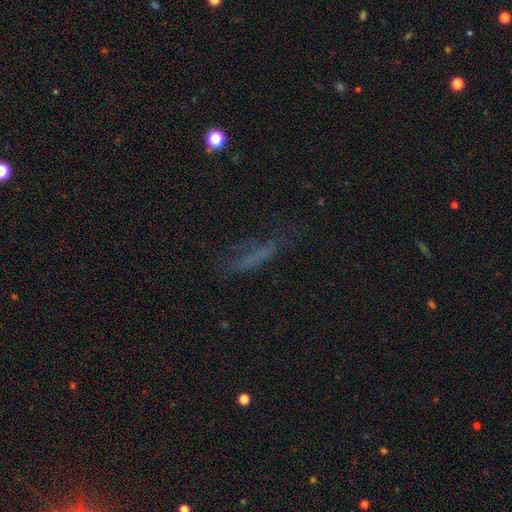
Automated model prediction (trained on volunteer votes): Smooth or featured? smooth (54%)
How rounded? cigar-shaped (74%)
Merging? none (59%)